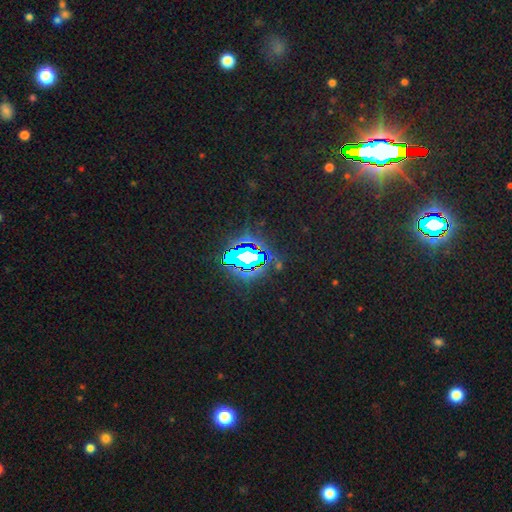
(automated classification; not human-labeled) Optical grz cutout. It shows a star or artifact, not a galaxy (74%).